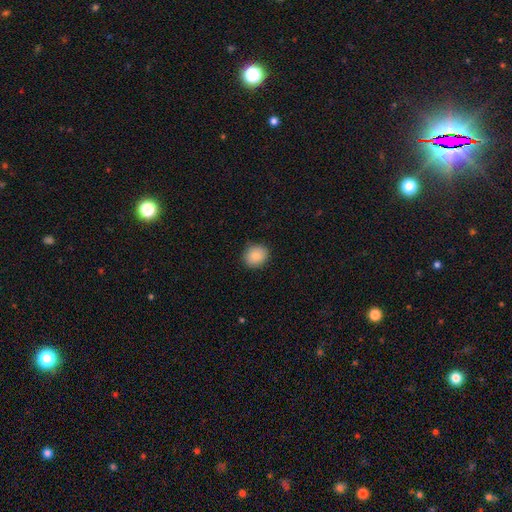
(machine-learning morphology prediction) smooth_or_featured: smooth (p=0.85) [alt: star or artifact p=0.08]
how_rounded: round (p=0.75) [alt: in between p=0.24]
merging: none (p=0.87) [alt: minor disturbance p=0.10]